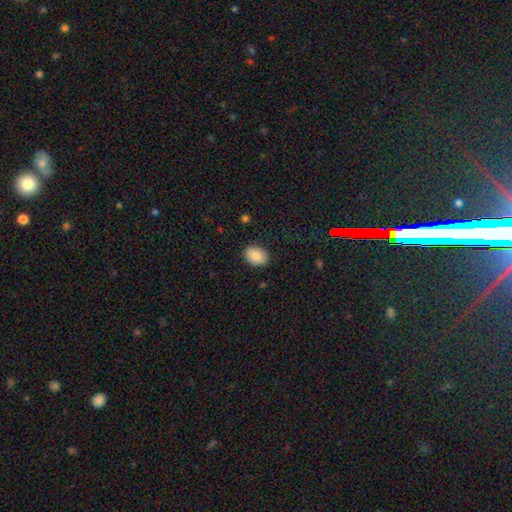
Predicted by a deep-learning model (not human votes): This is clearly a smooth galaxy (83%). How rounded: likely in between (69%). Merging: clearly none (88%).